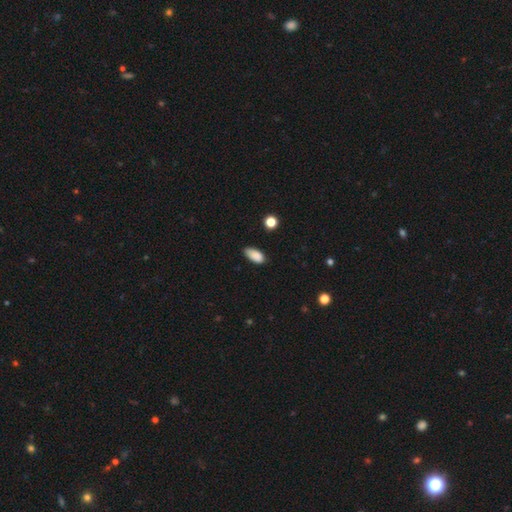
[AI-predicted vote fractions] Smooth or featured? smooth (88%)
How rounded? in between (90%)
Merging? none (75%)